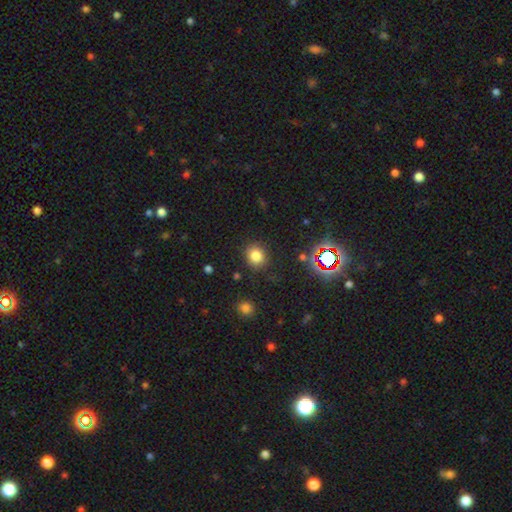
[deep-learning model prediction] Morphology: type=smooth (79%); roundness=round (79%); merging=none (85%).